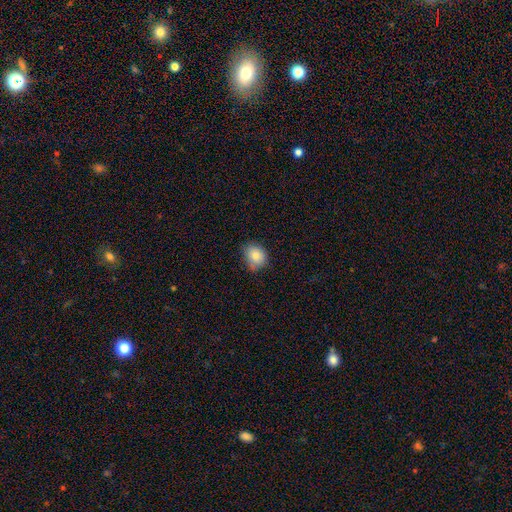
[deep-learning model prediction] This appears to be a smooth galaxy with no disk features (83%) that is round (63%). Merging: none (70%).